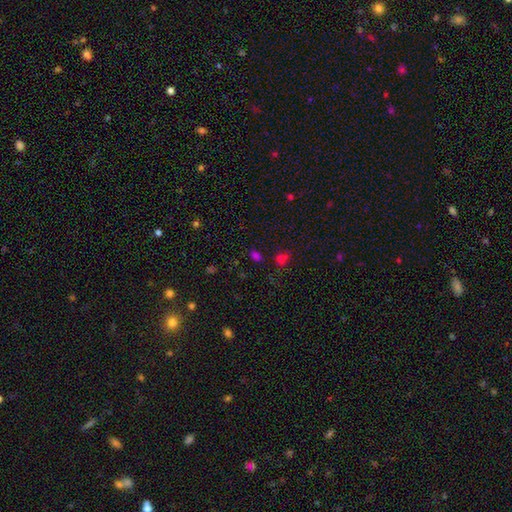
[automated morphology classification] Smooth or featured?
  - smooth: 58% *
  - star or artifact: 36%
  - featured or disk: 6%
How rounded?
  - in between: 70% *
  - round: 28%
  - cigar-shaped: 2%
Merging?
  - none: 67% *
  - minor disturbance: 14%
  - merger: 13%
  - major disturbance: 6%